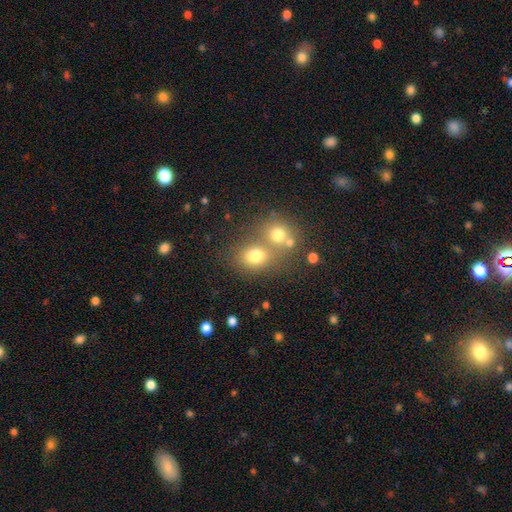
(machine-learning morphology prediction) Q: Smooth or featured?
A: smooth (72%); runner-up: star or artifact (15%)
Q: How rounded?
A: round (56%); runner-up: in between (43%)
Q: Merging?
A: merger (44%); runner-up: none (43%)